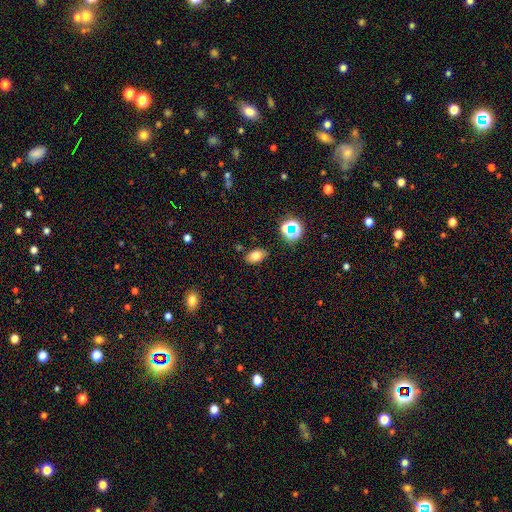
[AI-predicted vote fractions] smooth 74%, star or artifact 14%, featured or disk 11%. Down the decision tree: how rounded — in between (87%); merging — none (83%).